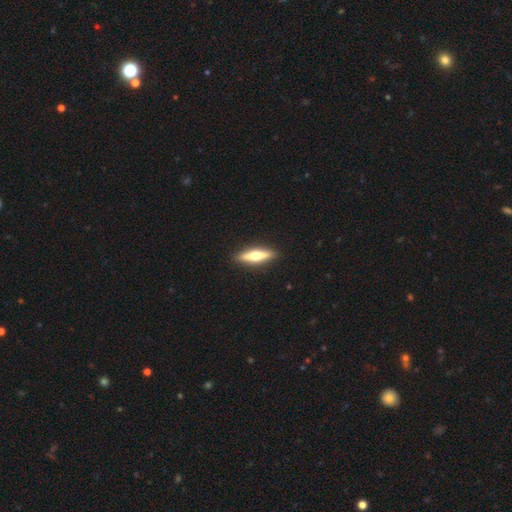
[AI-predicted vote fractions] Q: Smooth or featured?
A: featured or disk (56%); runner-up: smooth (39%)
Q: Edge-on disk?
A: yes (94%); runner-up: no (6%)
Q: Edge-on bulge?
A: rounded (94%); runner-up: none (3%)
Q: Merging?
A: none (92%); runner-up: minor disturbance (6%)